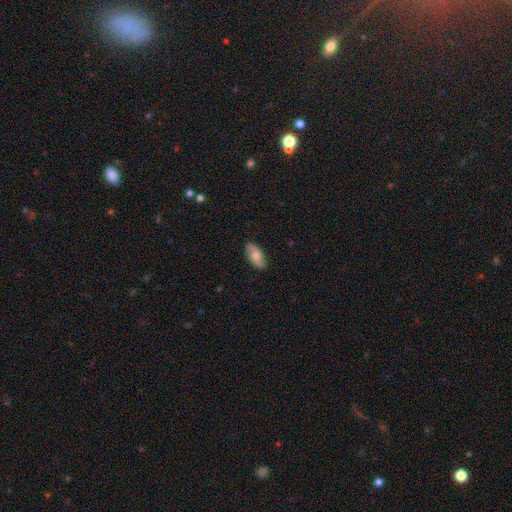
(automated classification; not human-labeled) The model was most divided on "smooth or featured": smooth: 60%, featured or disk: 34%, star or artifact: 6%. More confident: how rounded — in between (89%); merging — none (85%).